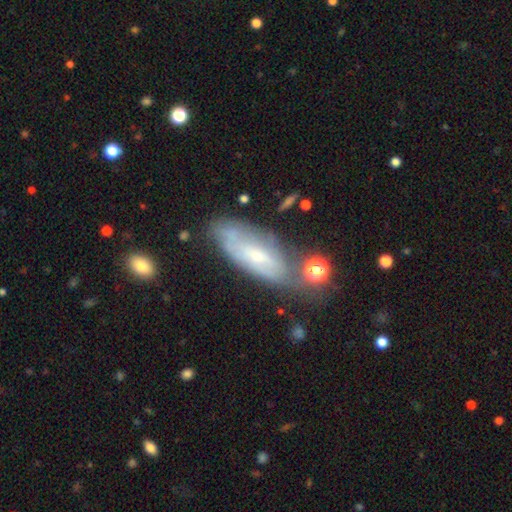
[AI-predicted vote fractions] A featured or disk galaxy (57%).

Vote fractions:
- Smooth or featured? featured or disk: 57% / smooth: 34% / star or artifact: 8%
- Edge-on disk? no: 81% / yes: 19%
- Merging? none: 54% / minor disturbance: 26% / major disturbance: 12% / merger: 9%